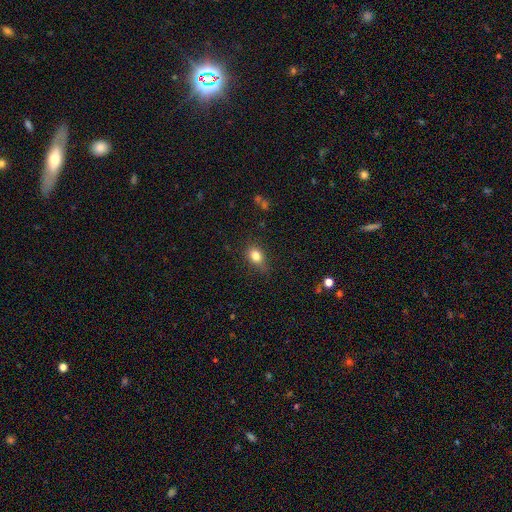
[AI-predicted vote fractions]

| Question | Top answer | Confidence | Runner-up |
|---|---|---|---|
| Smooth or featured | smooth | 82% | star or artifact (10%) |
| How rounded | in between | 65% | round (33%) |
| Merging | none | 75% | minor disturbance (19%) |